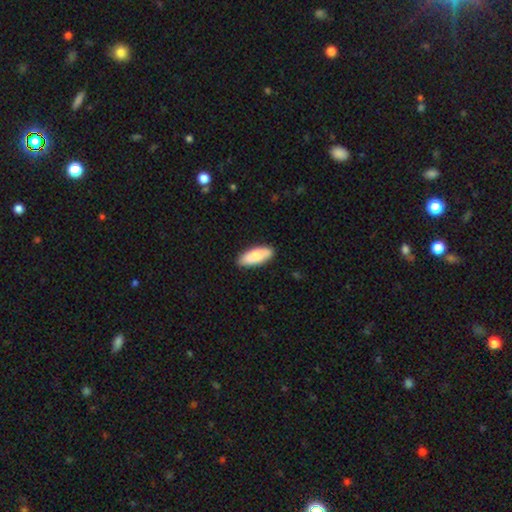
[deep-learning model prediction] Smooth or featured? Predicted: smooth (p=0.80). How rounded? Predicted: in between (p=0.73). Merging? Predicted: none (p=0.87).